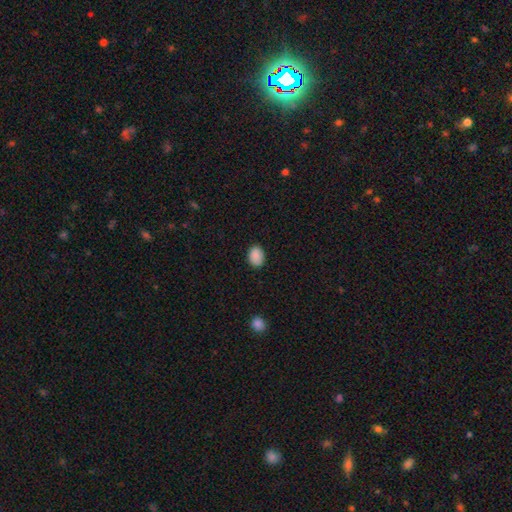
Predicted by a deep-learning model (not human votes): Morphology: type=smooth (89%); roundness=in between (69%); merging=none (86%).